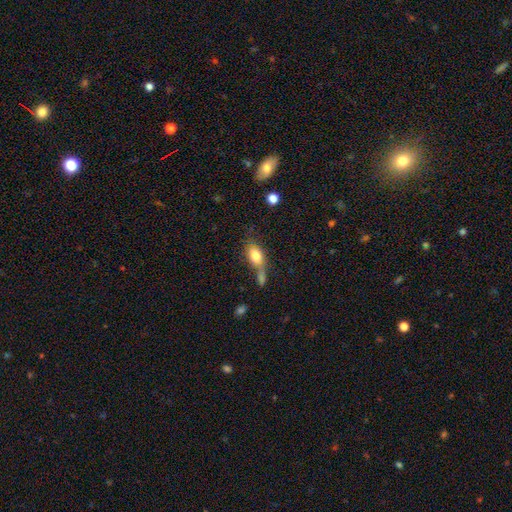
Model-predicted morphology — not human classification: Overall: smooth (77%). How rounded: in between (80%). Merging: none (37%; merger 36%).